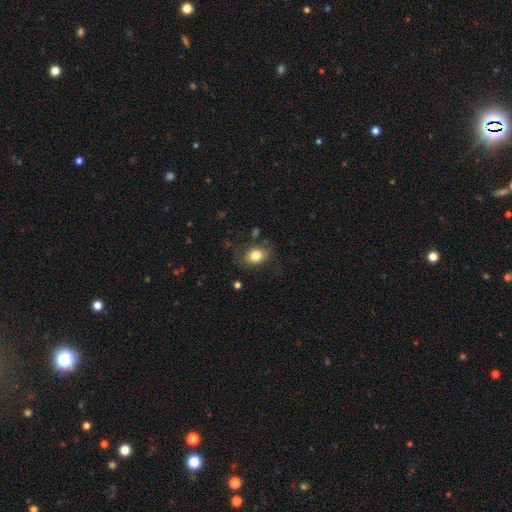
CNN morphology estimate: Smooth or featured?
  - smooth: 82% *
  - featured or disk: 9%
  - star or artifact: 9%
How rounded?
  - in between: 63% *
  - round: 36%
  - cigar-shaped: 1%
Merging?
  - none: 78% *
  - minor disturbance: 15%
  - major disturbance: 5%
  - merger: 2%